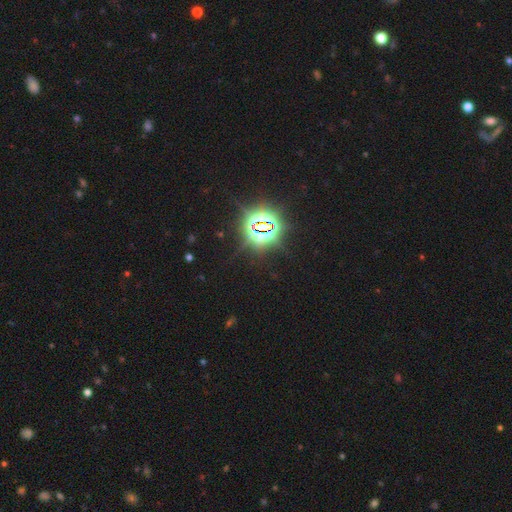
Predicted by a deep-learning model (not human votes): This appears to be a star or artifact, not a galaxy (86%).